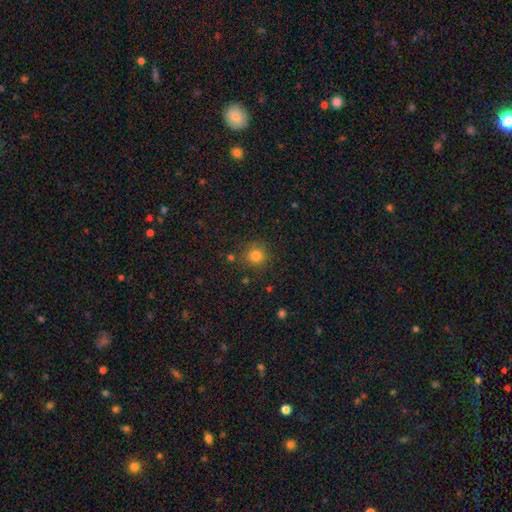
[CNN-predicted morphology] type=smooth (81%); roundness=round (92%); merging=none (83%).